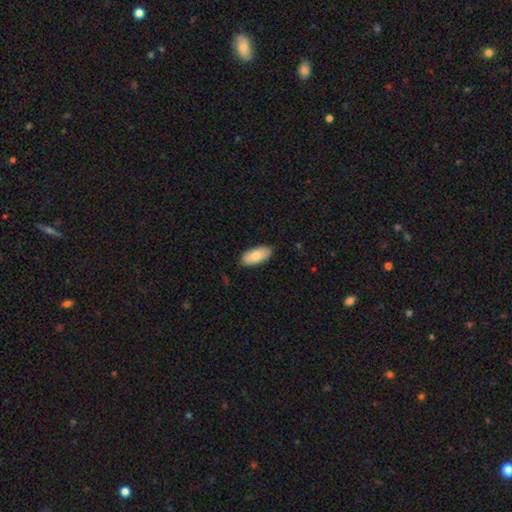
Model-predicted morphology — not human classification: A smooth galaxy with no disk features (82%) that is in between round and cigar-shaped (92%).

Vote fractions:
- Smooth or featured? smooth: 82% / featured or disk: 12% / star or artifact: 6%
- How rounded? in between: 92% / cigar-shaped: 6% / round: 2%
- Merging? none: 86% / minor disturbance: 11% / major disturbance: 2% / merger: 1%